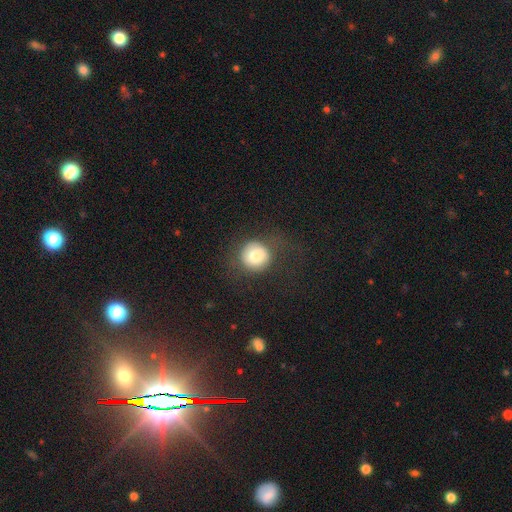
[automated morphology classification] smooth 77%, featured or disk 13%, star or artifact 10%. Down the decision tree: how rounded — round (91%); merging — none (71%).